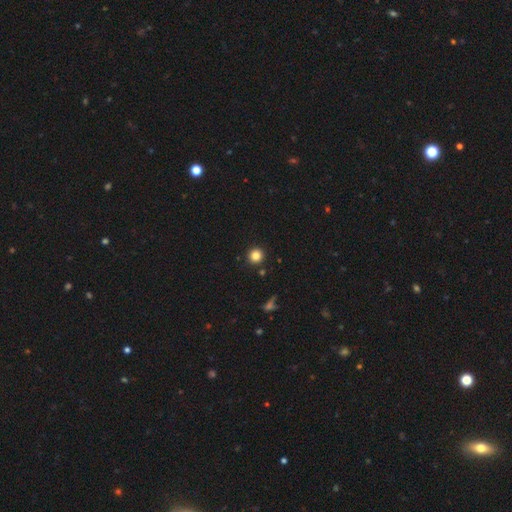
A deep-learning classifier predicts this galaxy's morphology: Smooth or featured? smooth (84%)
How rounded? round (95%)
Merging? none (91%)